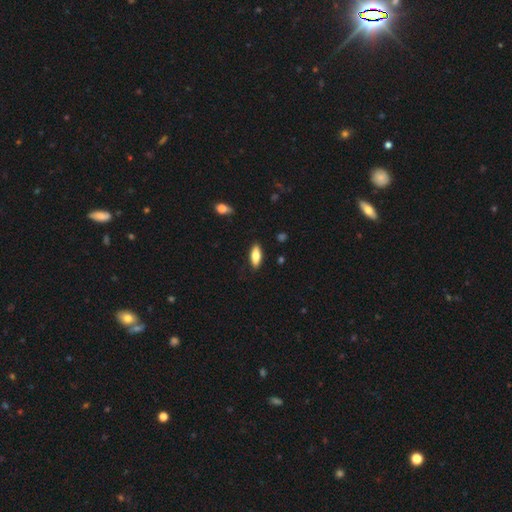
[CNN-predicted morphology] smooth_or_featured: smooth (p=0.76) [alt: featured or disk p=0.17]
how_rounded: in between (p=0.70) [alt: cigar-shaped p=0.27]
merging: none (p=0.86) [alt: minor disturbance p=0.10]